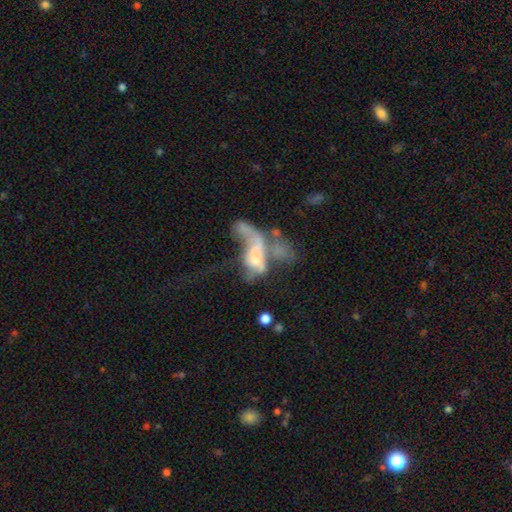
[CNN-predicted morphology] Overall: featured or disk (53%; smooth 35%). Edge-on disk: no (91%). Merging: merger (47%; major disturbance 37%).